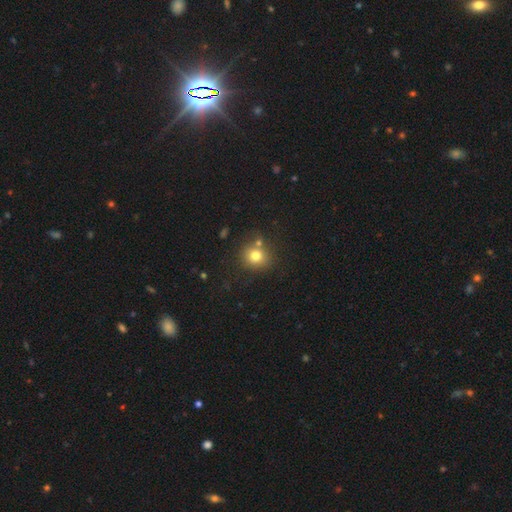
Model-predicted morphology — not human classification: Smooth or featured: smooth — 77% (star or artifact — 13%)
How rounded: round — 84% (in between — 15%)
Merging: none — 72% (merger — 13%)